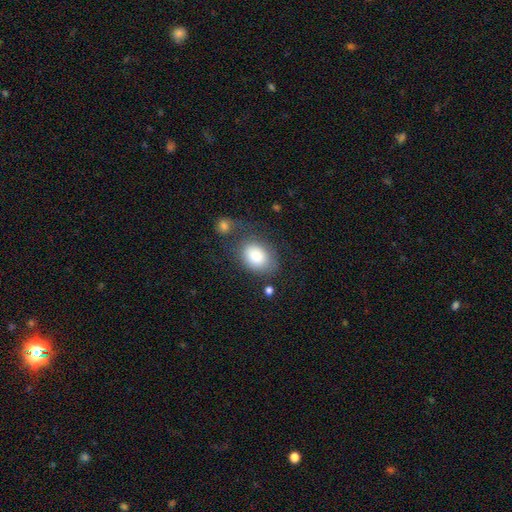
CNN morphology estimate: Smooth or featured: smooth — 85% (featured or disk — 8%)
How rounded: in between — 73% (round — 26%)
Merging: none — 57% (minor disturbance — 20%)